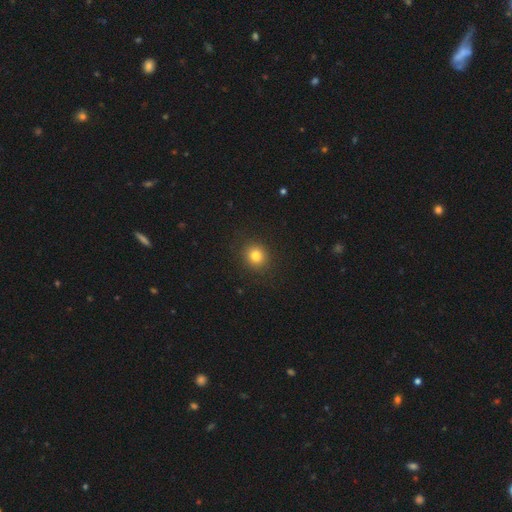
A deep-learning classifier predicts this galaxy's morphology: A smooth galaxy with no disk features (81%) that is round (85%).

Vote fractions:
- Smooth or featured? smooth: 81% / star or artifact: 12% / featured or disk: 7%
- How rounded? round: 85% / in between: 14% / cigar-shaped: 1%
- Merging? none: 90% / minor disturbance: 7% / major disturbance: 3% / merger: 1%